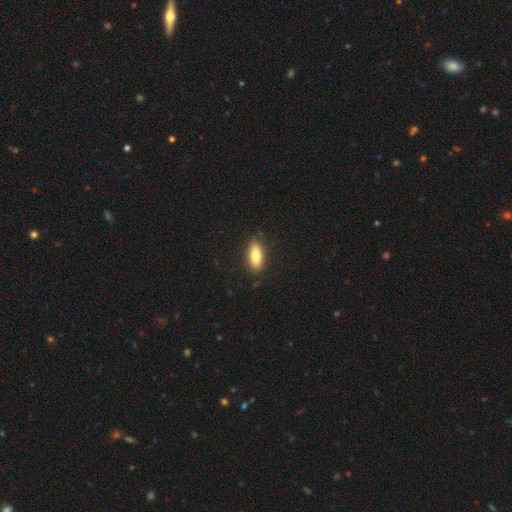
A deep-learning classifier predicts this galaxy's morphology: smooth-or-featured: smooth: 79% | featured or disk: 14% | star or artifact: 7%
  how-rounded: in between: 70% | cigar-shaped: 27% | round: 2%
  merging: none: 86% | minor disturbance: 11% | major disturbance: 2% | merger: 1%